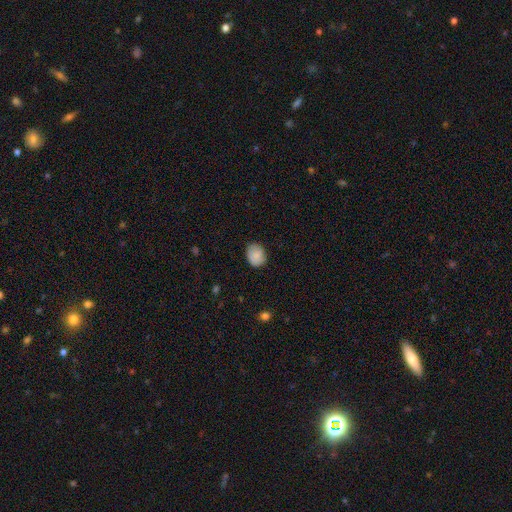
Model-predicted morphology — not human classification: smooth 85%, featured or disk 8%, star or artifact 7%. Down the decision tree: how rounded — in between (54%); merging — none (74%).